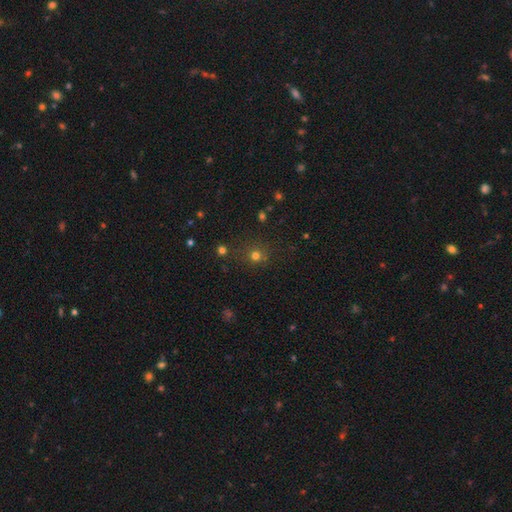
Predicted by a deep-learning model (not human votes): The model was most divided on "smooth or featured": smooth: 70%, star or artifact: 23%, featured or disk: 7%. More confident: how rounded — round (90%); merging — none (81%).